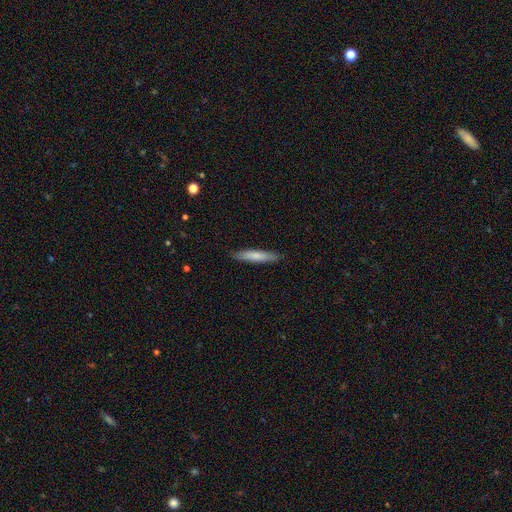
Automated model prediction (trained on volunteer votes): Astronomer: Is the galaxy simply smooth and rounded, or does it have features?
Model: smooth — 75%.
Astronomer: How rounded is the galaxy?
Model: cigar-shaped — 89%.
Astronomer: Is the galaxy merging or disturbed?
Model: none — 89%.